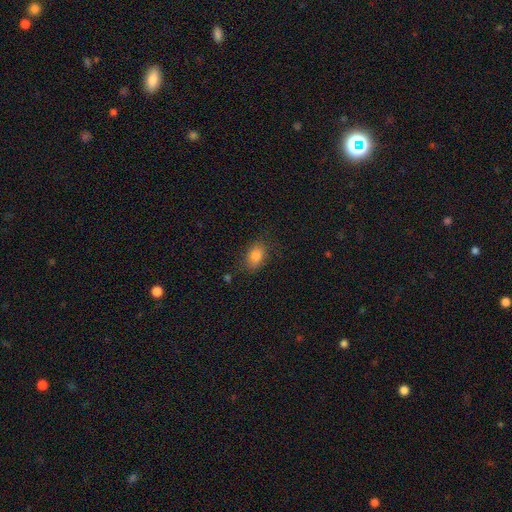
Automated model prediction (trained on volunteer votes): Overall: smooth (83%). How rounded: in between (78%). Merging: none (75%).